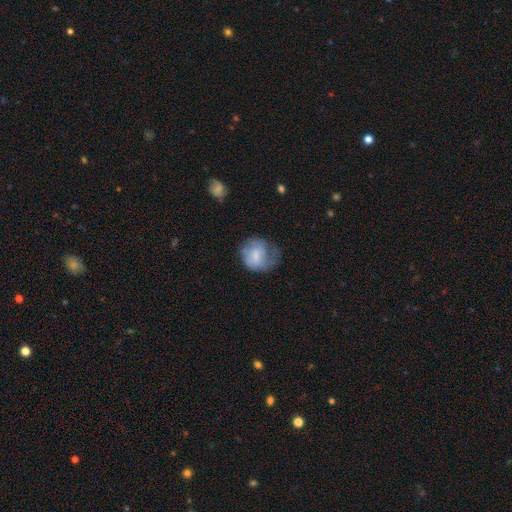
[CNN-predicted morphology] A smooth galaxy with no disk features (62%) that is round (72%).

Vote fractions:
- Smooth or featured? smooth: 62% / featured or disk: 31% / star or artifact: 8%
- How rounded? round: 72% / in between: 27% / cigar-shaped: 1%
- Merging? none: 38% / minor disturbance: 31% / major disturbance: 29% / merger: 2%